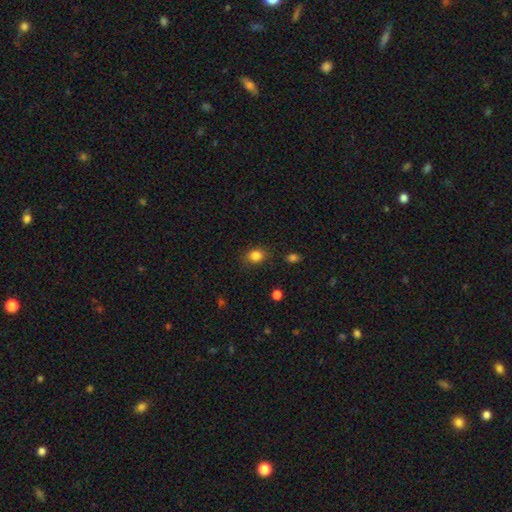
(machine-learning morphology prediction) Smooth or featured? Predicted: smooth (p=0.84). How rounded? Predicted: round (p=0.51). Merging? Predicted: none (p=0.79).